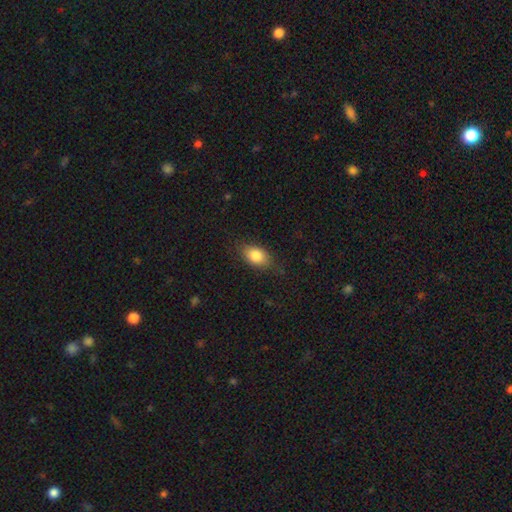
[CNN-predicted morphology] Q: Smooth or featured?
A: smooth (82%); runner-up: featured or disk (10%)
Q: How rounded?
A: in between (85%); runner-up: round (12%)
Q: Merging?
A: none (79%); runner-up: minor disturbance (16%)